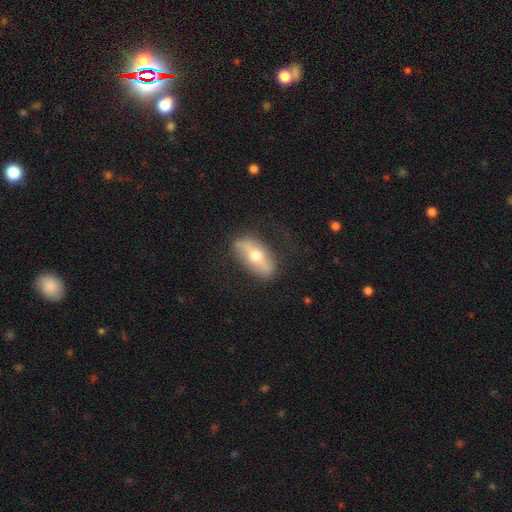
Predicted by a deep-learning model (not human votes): featured or disk 58%, smooth 36%, star or artifact 6%. Down the decision tree: edge-on disk — no (59%); merging — none (77%).